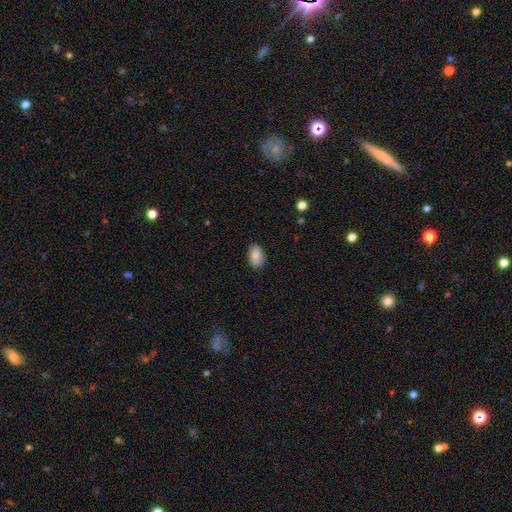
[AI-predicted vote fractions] Q: Smooth or featured?
A: smooth (83%); runner-up: featured or disk (10%)
Q: How rounded?
A: in between (90%); runner-up: round (8%)
Q: Merging?
A: none (80%); runner-up: minor disturbance (16%)